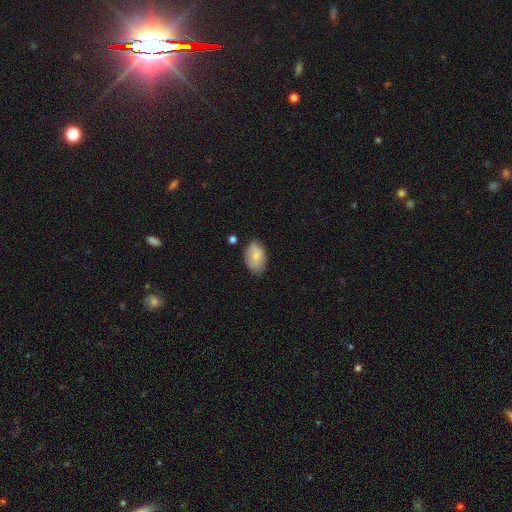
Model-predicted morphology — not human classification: type=smooth (78%); roundness=in between (89%); merging=none (72%).